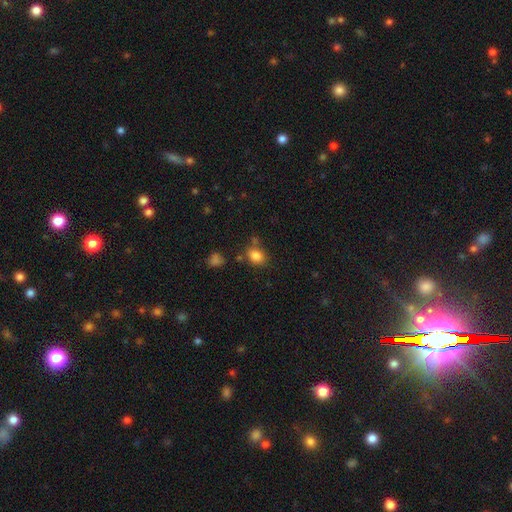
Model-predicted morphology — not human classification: type=smooth (83%); roundness=in between (61%); merging=none (70%).